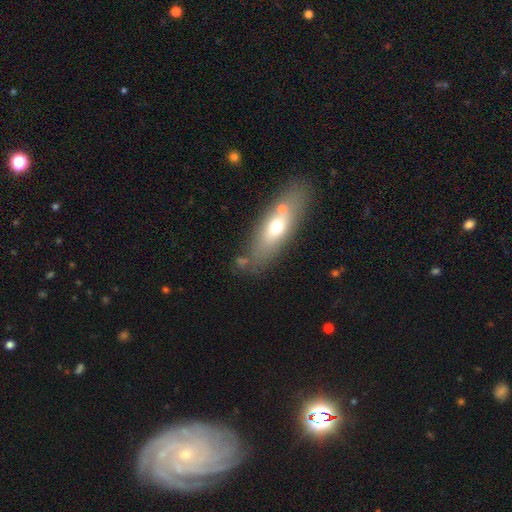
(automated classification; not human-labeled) This is possibly a smooth galaxy (51%). How rounded: possibly in between (53%). Merging: likely none (70%).